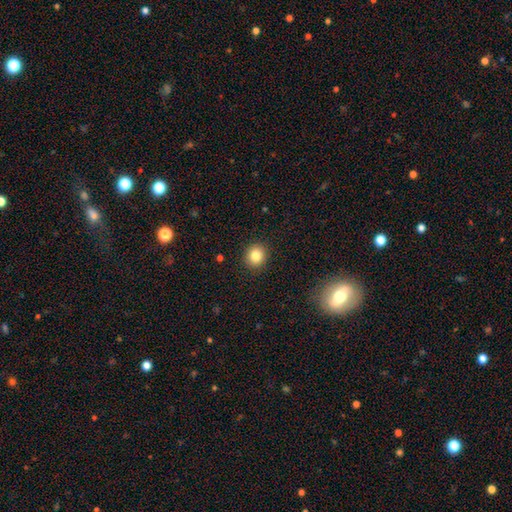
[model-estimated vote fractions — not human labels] A smooth galaxy with no disk features (83%) that is round (82%). Merging: none (91%).